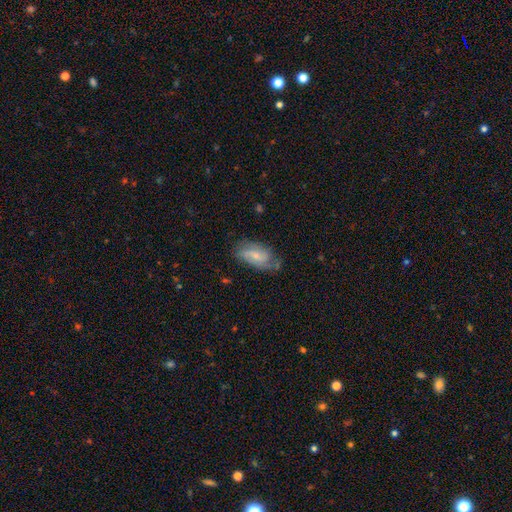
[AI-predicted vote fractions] Q: Smooth or featured?
A: featured or disk (52%); runner-up: smooth (41%)
Q: Edge-on disk?
A: no (93%); runner-up: yes (7%)
Q: Merging?
A: none (63%); runner-up: minor disturbance (27%)